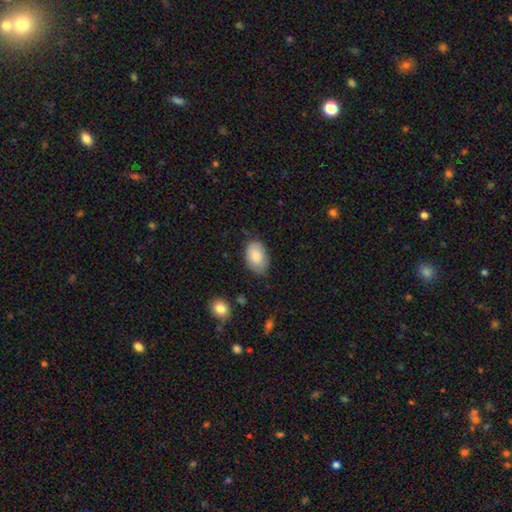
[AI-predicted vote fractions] Smooth or featured? Predicted: smooth (p=0.85). How rounded? Predicted: in between (p=0.91). Merging? Predicted: none (p=0.71).